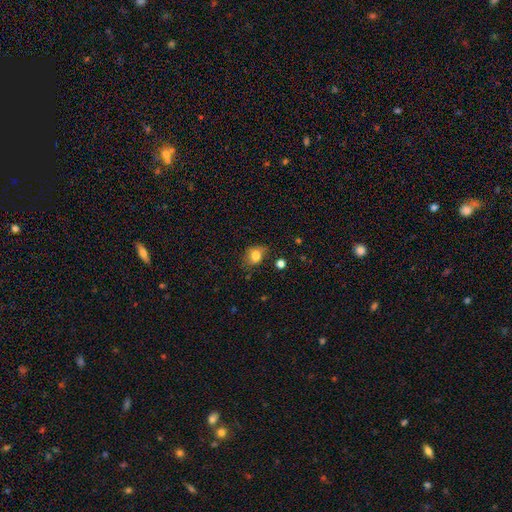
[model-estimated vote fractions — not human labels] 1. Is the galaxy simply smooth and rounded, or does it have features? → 80% smooth, 11% featured or disk, 10% star or artifact.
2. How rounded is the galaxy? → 50% in between, 49% round, 1% cigar-shaped.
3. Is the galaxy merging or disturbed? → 64% none, 27% minor disturbance, 7% major disturbance, 3% merger.